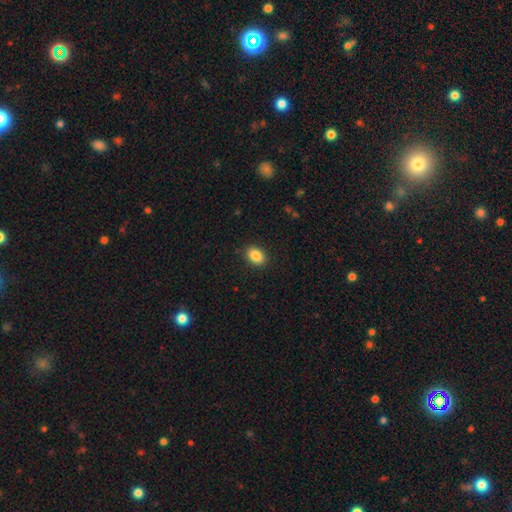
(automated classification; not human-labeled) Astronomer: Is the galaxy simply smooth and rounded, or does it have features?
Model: smooth — 87%.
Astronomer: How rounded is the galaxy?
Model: in between — 79%.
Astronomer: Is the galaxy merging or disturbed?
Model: none — 89%.